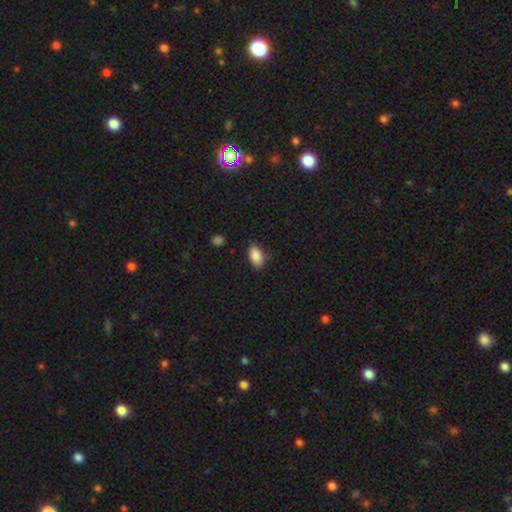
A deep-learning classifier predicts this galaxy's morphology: This is clearly a smooth galaxy (88%). How rounded: clearly in between (91%). Merging: clearly none (81%).